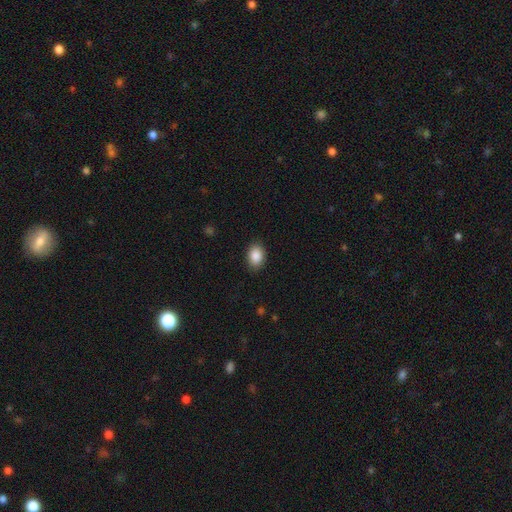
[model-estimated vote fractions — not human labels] smooth_or_featured: smooth (p=0.88) [alt: star or artifact p=0.07]
how_rounded: in between (p=0.80) [alt: round p=0.19]
merging: none (p=0.87) [alt: minor disturbance p=0.10]